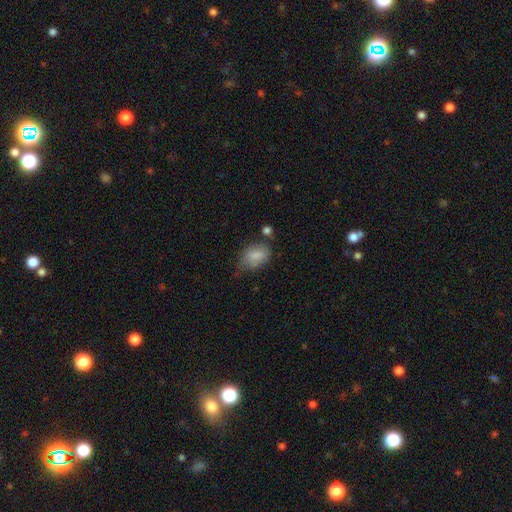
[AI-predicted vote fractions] Smooth or featured? Predicted: smooth (p=0.81). How rounded? Predicted: in between (p=0.84). Merging? Predicted: none (p=0.54).